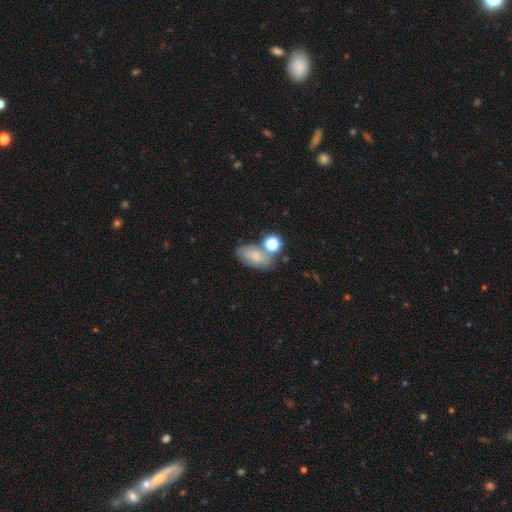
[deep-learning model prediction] This is likely a smooth galaxy (67%). How rounded: clearly in between (84%). Merging: possibly none (48%).